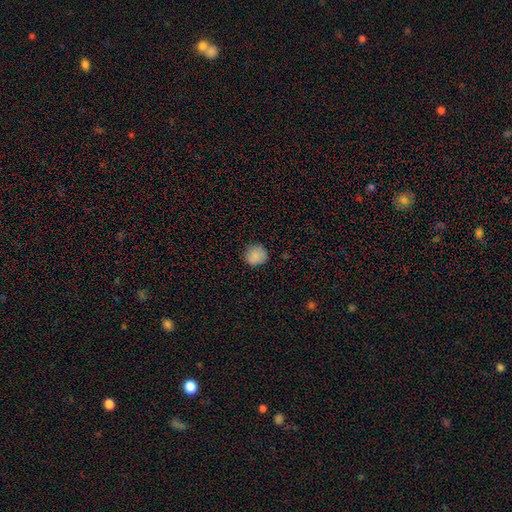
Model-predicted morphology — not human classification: type=smooth (86%); roundness=round (88%); merging=none (86%).